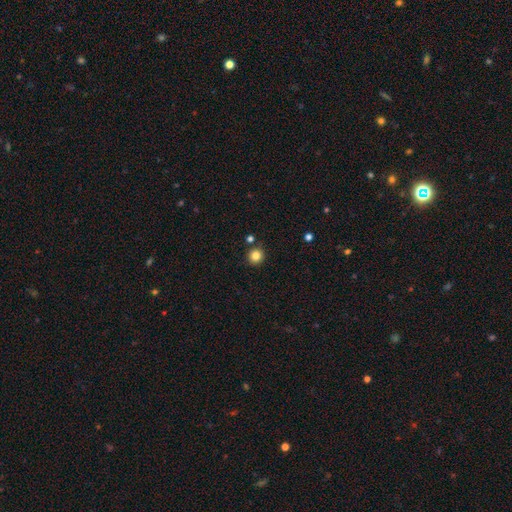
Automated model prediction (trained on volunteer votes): Smooth or featured: smooth — 84% (star or artifact — 11%)
How rounded: round — 93% (in between — 6%)
Merging: none — 87% (minor disturbance — 7%)